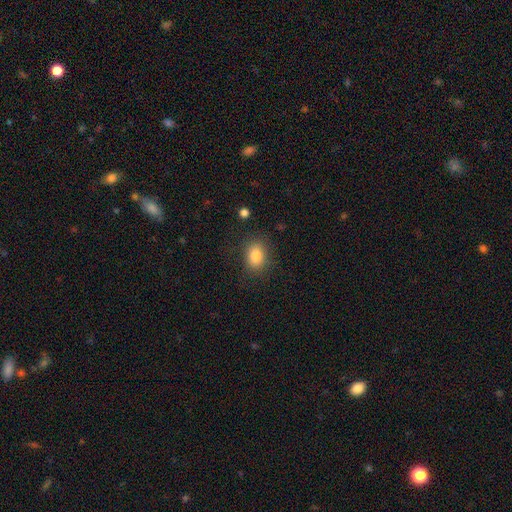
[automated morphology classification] This is clearly a smooth galaxy (84%). How rounded: likely in between (67%). Merging: clearly none (81%).